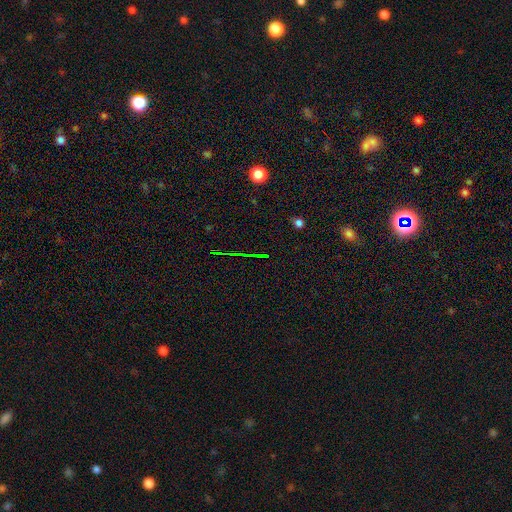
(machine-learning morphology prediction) Q: Smooth or featured?
A: star or artifact (73%); runner-up: smooth (14%)